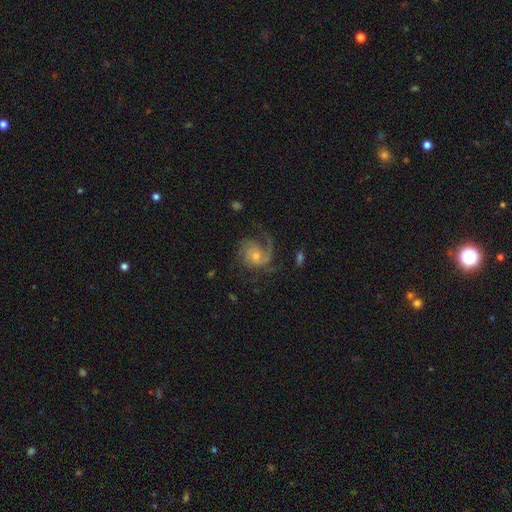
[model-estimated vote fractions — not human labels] Smooth or featured?
  - featured or disk: 84% *
  - smooth: 9%
  - star or artifact: 7%
Edge-on disk?
  - no: 98% *
  - yes: 2%
Bar?
  - no: 71% *
  - weak: 25%
  - strong: 4%
Spiral arms?
  - yes: 95% *
  - no: 5%
Spiral winding?
  - medium: 44% *
  - tight: 34%
  - loose: 22%
Spiral arm count?
  - 2: 33% *
  - 1: 29%
  - 3: 15%
  - can't tell: 14%
  - 4: 4%
  - more than 4: 4%
Bulge size?
  - small: 53% *
  - moderate: 39%
  - none: 3%
  - large: 3%
  - dominant: 1%
Merging?
  - none: 61% *
  - major disturbance: 20%
  - minor disturbance: 17%
  - merger: 2%